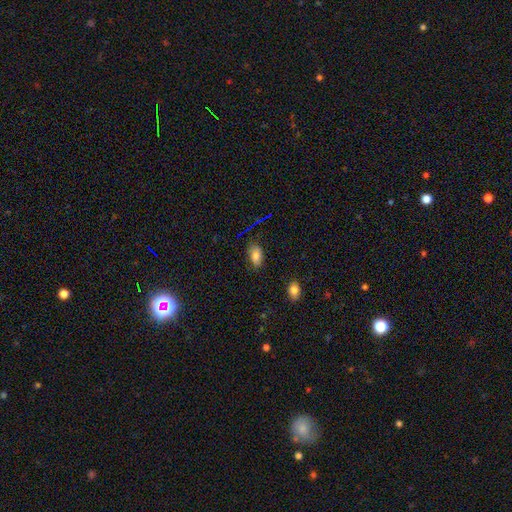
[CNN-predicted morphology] type=smooth (79%); roundness=in between (90%); merging=none (76%).